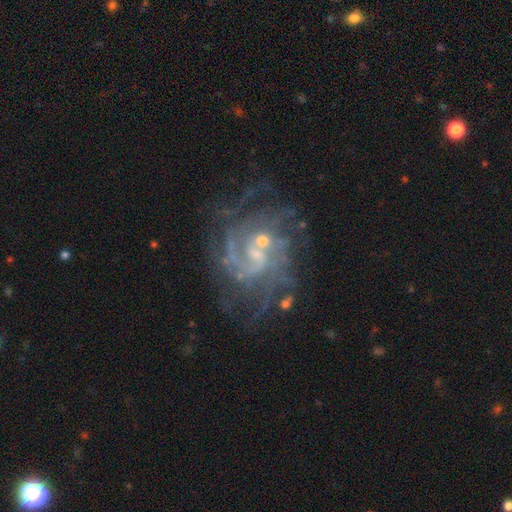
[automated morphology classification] Smooth or featured? featured or disk (84%)
Edge-on disk? no (98%)
Bar? no (57%)
Spiral arms? yes (90%)
Spiral winding? tight (42%)
Spiral arm count? can't tell (36%)
Bulge size? small (62%)
Merging? none (51%)